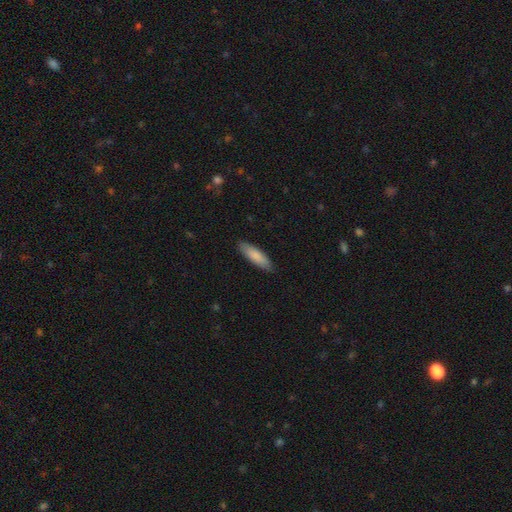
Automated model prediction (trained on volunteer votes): Morphology: type=smooth (86%); roundness=cigar-shaped (58%); merging=none (88%).